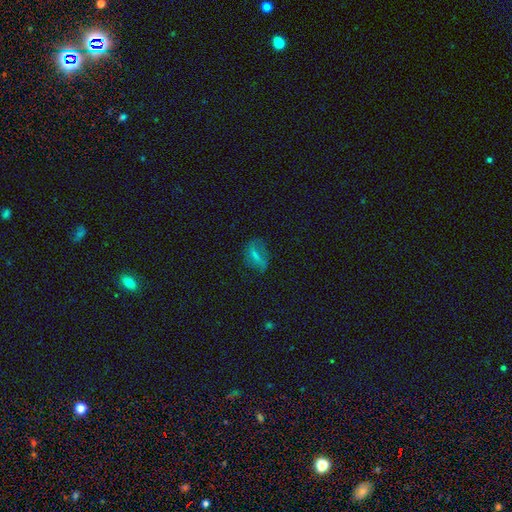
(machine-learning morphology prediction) Smooth or featured?
  - smooth: 49% *
  - featured or disk: 34%
  - star or artifact: 16%
Merging?
  - none: 61% *
  - minor disturbance: 22%
  - major disturbance: 15%
  - merger: 2%